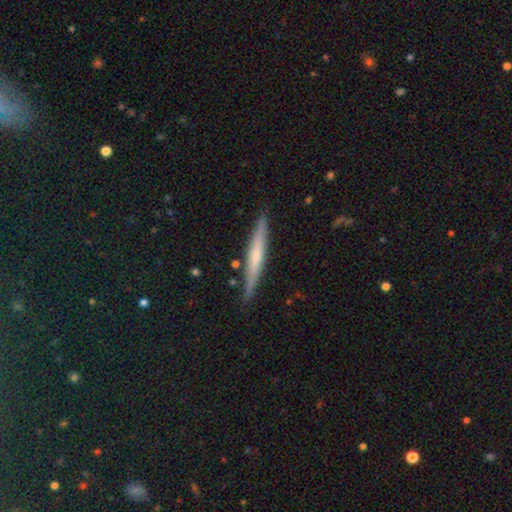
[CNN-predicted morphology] Smooth or featured? Predicted: featured or disk (p=0.52). Edge-on disk? Predicted: yes (p=0.96). Edge-on bulge? Predicted: none (p=0.47). Merging? Predicted: none (p=0.87).